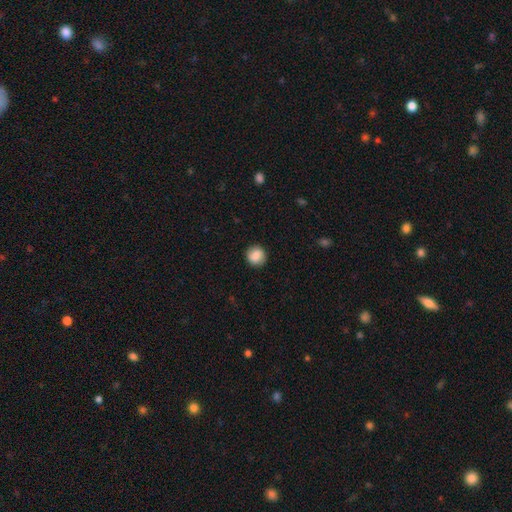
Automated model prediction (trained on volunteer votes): This appears to be a smooth galaxy with no disk features (86%) that is round (90%). Merging: none (89%).